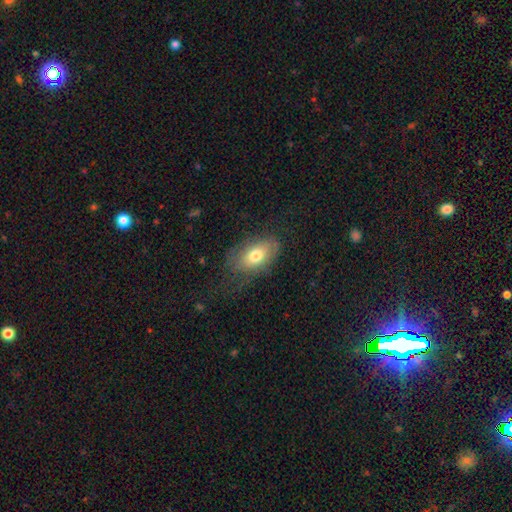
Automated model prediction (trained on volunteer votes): Morphology: type=smooth (68%); roundness=in between (91%); merging=none (64%).